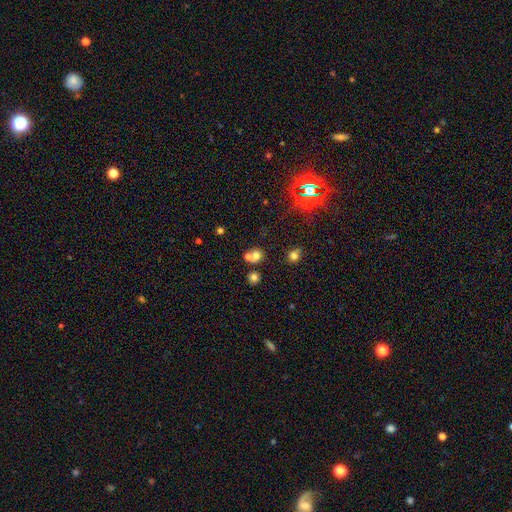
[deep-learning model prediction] smooth 67%, star or artifact 20%, featured or disk 13%. Down the decision tree: how rounded — round (83%); merging — none (47%).